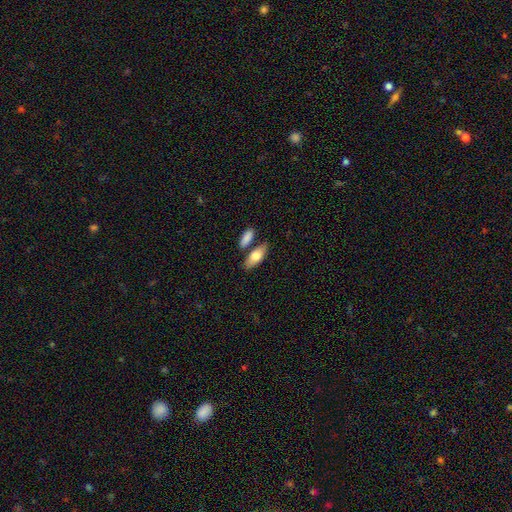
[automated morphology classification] smooth-or-featured: smooth: 76% | featured or disk: 18% | star or artifact: 5%
  how-rounded: in between: 80% | cigar-shaped: 17% | round: 3%
  merging: none: 69% | merger: 16% | minor disturbance: 12% | major disturbance: 3%